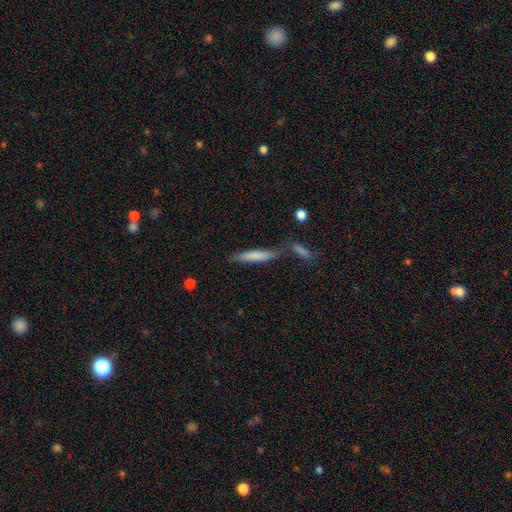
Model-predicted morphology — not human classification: smooth-or-featured: smooth: 75% | featured or disk: 19% | star or artifact: 6%
  how-rounded: cigar-shaped: 86% | in between: 12% | round: 2%
  merging: none: 57% | merger: 21% | minor disturbance: 16% | major disturbance: 6%